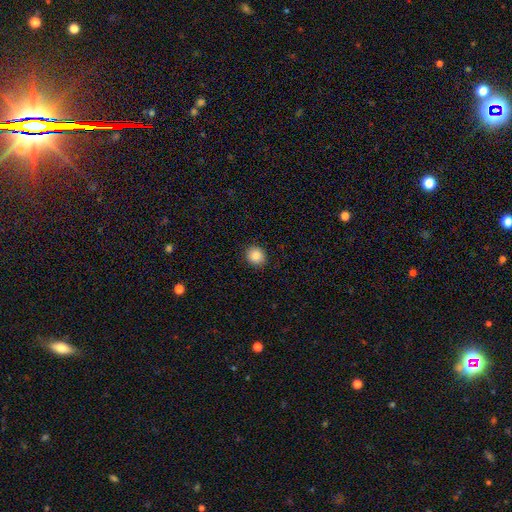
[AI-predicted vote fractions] A smooth galaxy with no disk features (87%) that is round (83%). Merging: none (91%).